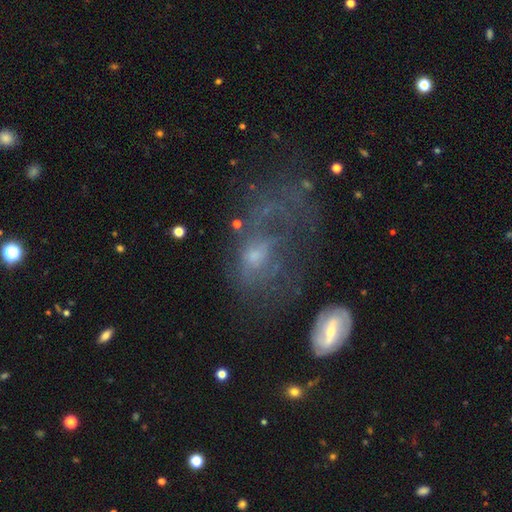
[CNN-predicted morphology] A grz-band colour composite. It shows a featured or disk galaxy (54%) with no bar (60%), no spiral arms (54%) and a small central bulge (51%). Merging: major disturbance (41%).